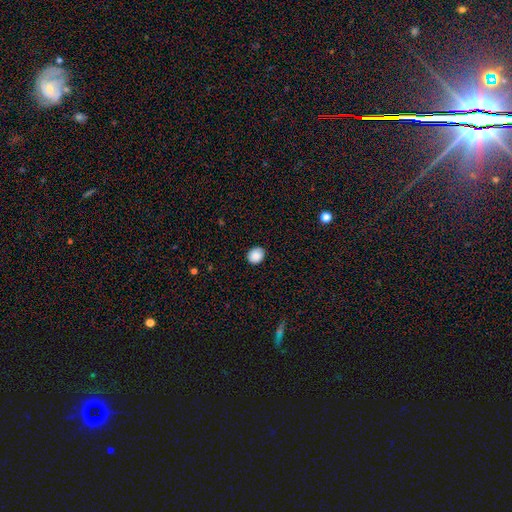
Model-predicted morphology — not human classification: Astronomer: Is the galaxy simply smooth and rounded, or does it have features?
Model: smooth — 87%.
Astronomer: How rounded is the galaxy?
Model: round — 64%.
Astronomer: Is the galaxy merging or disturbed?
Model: none — 88%.